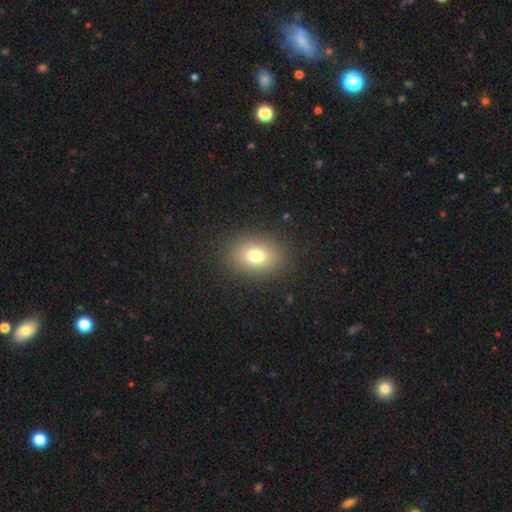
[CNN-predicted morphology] The model was most divided on "how rounded": in between: 63%, round: 35%, cigar-shaped: 1%. More confident: merging — none (87%); smooth or featured — smooth (76%).